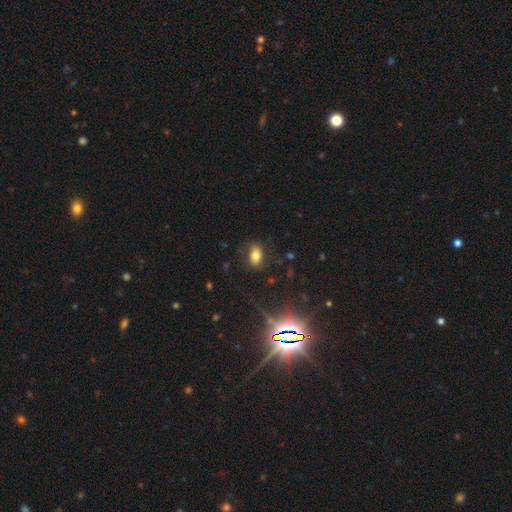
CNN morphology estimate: The model was most divided on "smooth or featured": smooth: 69%, featured or disk: 17%, star or artifact: 15%. More confident: how rounded — in between (84%); merging — none (75%).